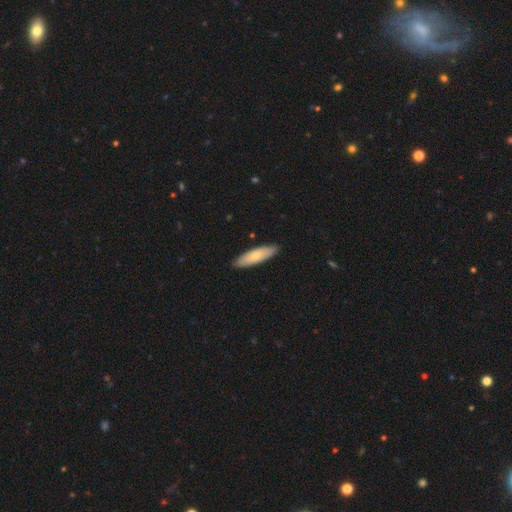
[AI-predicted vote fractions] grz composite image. It shows a smooth galaxy with no disk features (69%) that is cigar-shaped (56%). Merging: none (89%).